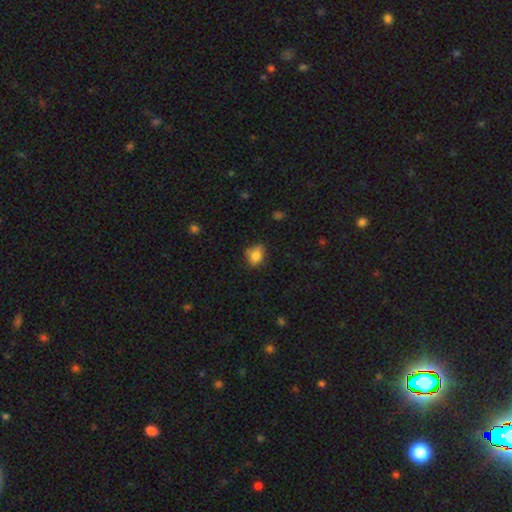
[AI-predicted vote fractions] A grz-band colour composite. It shows a smooth galaxy with no disk features (83%) that is in between round and cigar-shaped (55%). Merging: none (66%).